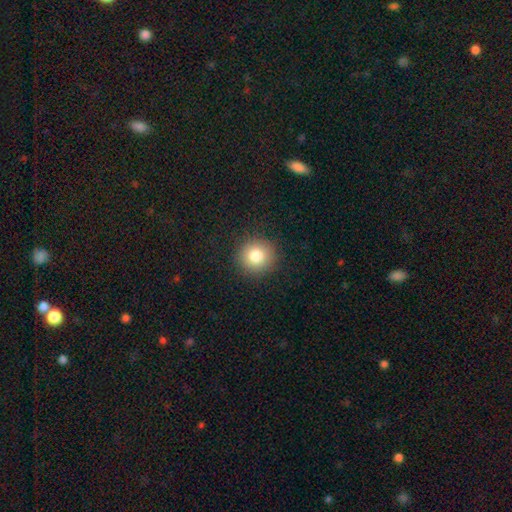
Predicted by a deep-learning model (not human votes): smooth 81%, star or artifact 11%, featured or disk 8%. Down the decision tree: how rounded — round (92%); merging — none (90%).